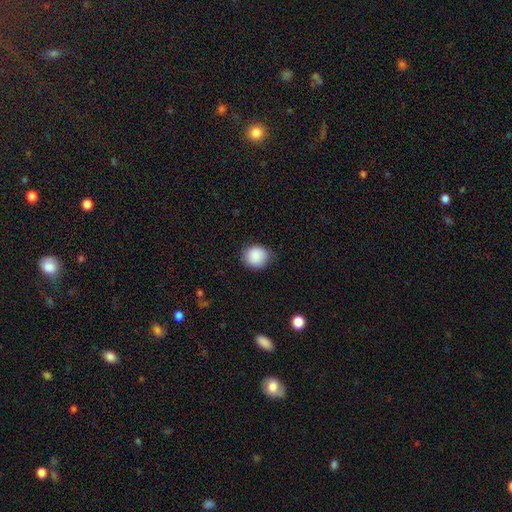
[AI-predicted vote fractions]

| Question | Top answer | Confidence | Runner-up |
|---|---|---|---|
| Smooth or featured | smooth | 88% | star or artifact (8%) |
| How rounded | round | 82% | in between (18%) |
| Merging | none | 82% | minor disturbance (14%) |